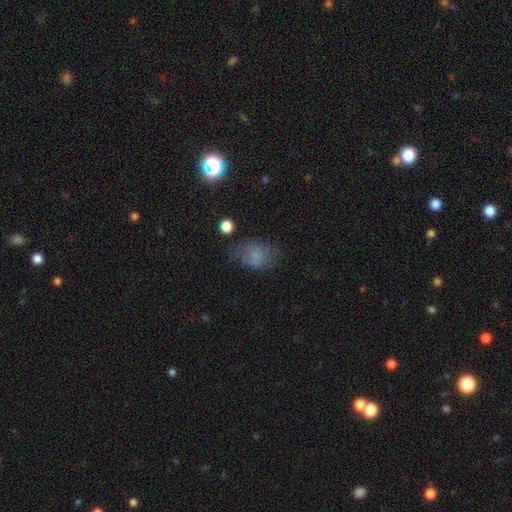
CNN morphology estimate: A smooth galaxy with no disk features (66%) that is in between round and cigar-shaped (78%). Merging: none (55%).